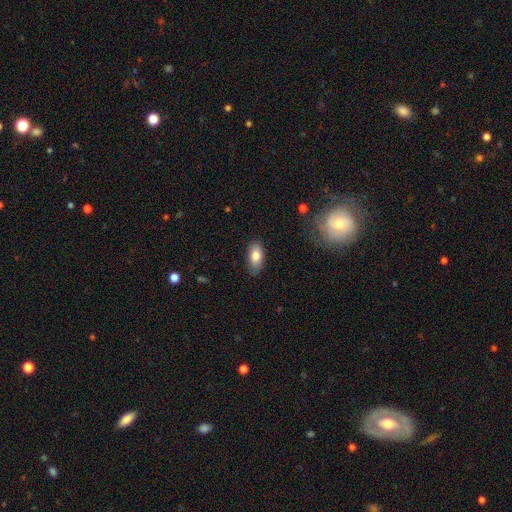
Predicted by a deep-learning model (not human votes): Smooth or featured?
  - smooth: 82% *
  - featured or disk: 11%
  - star or artifact: 7%
How rounded?
  - in between: 91% *
  - cigar-shaped: 5%
  - round: 4%
Merging?
  - none: 84% *
  - minor disturbance: 13%
  - major disturbance: 2%
  - merger: 1%